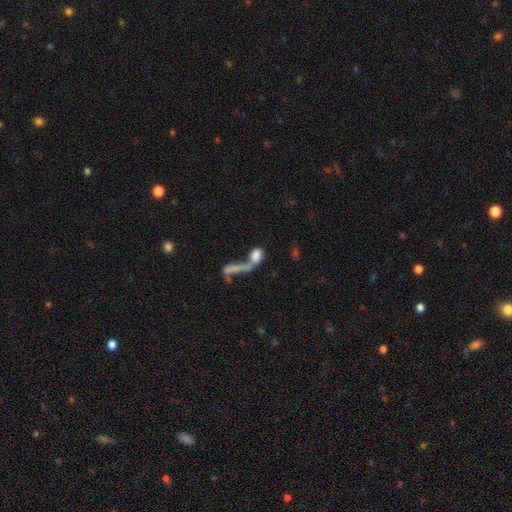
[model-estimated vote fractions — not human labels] The model was most divided on "smooth or featured": smooth: 66%, featured or disk: 23%, star or artifact: 11%. More confident: merging — merger (68%); how rounded — in between (66%).